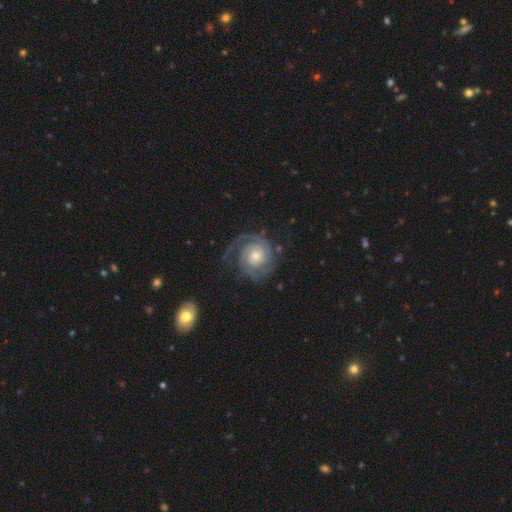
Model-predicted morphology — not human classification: Q: Smooth or featured?
A: featured or disk (89%); runner-up: smooth (6%)
Q: Edge-on disk?
A: no (98%); runner-up: yes (2%)
Q: Bar?
A: no (75%); runner-up: weak (20%)
Q: Spiral arms?
A: yes (97%); runner-up: no (3%)
Q: Spiral winding?
A: tight (65%); runner-up: medium (28%)
Q: Spiral arm count?
A: 2 (54%); runner-up: 3 (16%)
Q: Bulge size?
A: small (47%); runner-up: moderate (46%)
Q: Merging?
A: none (71%); runner-up: minor disturbance (15%)